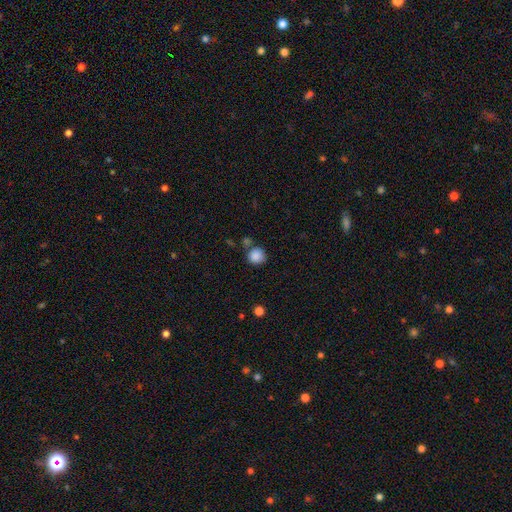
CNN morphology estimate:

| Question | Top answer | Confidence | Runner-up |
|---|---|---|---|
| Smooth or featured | smooth | 87% | star or artifact (9%) |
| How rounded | round | 91% | in between (8%) |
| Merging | none | 71% | merger (13%) |